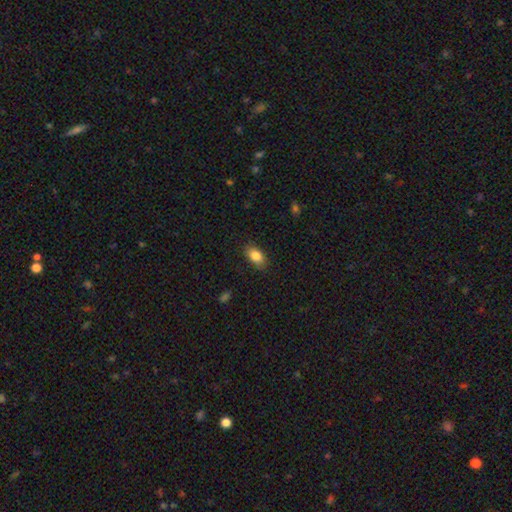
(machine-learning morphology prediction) smooth_or_featured: smooth (p=0.85) [alt: featured or disk p=0.08]
how_rounded: in between (p=0.89) [alt: round p=0.07]
merging: none (p=0.84) [alt: minor disturbance p=0.13]